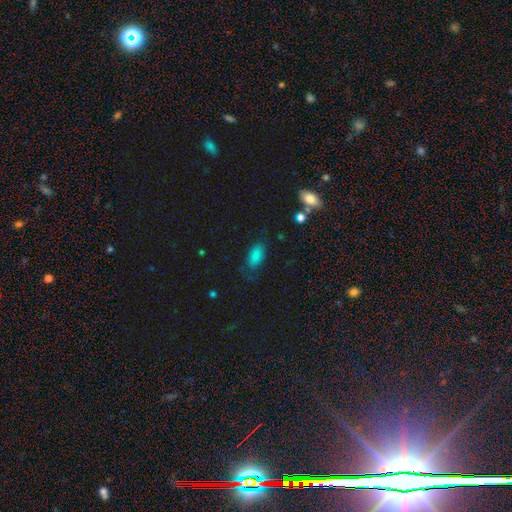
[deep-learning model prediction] This is clearly a smooth galaxy (80%). How rounded: clearly in between (92%). Merging: likely none (63%).